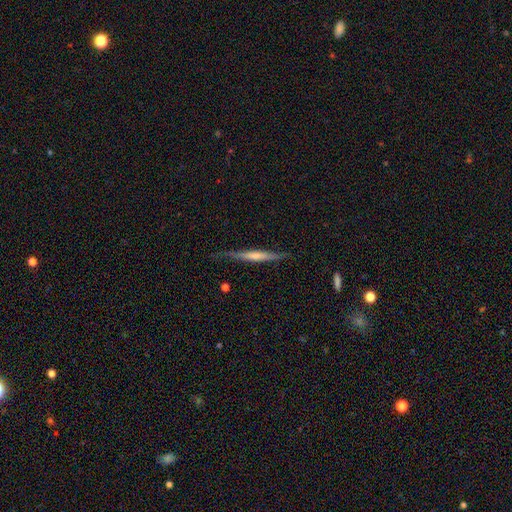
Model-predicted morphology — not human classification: Smooth or featured?
  - featured or disk: 55% *
  - smooth: 39%
  - star or artifact: 6%
Edge-on disk?
  - yes: 95% *
  - no: 5%
Edge-on bulge?
  - none: 46% *
  - rounded: 35%
  - boxy: 19%
Merging?
  - none: 74% *
  - minor disturbance: 19%
  - major disturbance: 5%
  - merger: 2%